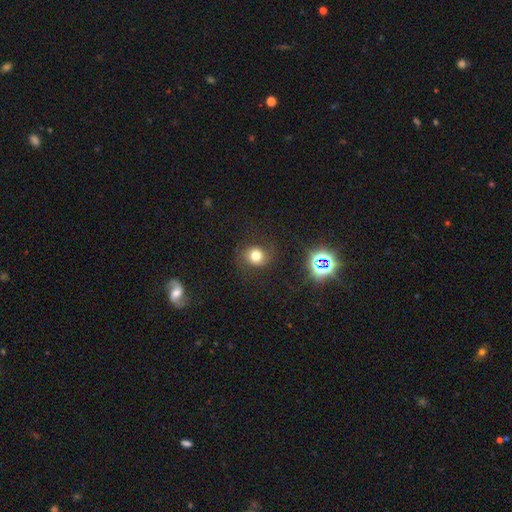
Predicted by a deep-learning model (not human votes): Smooth or featured? Predicted: smooth (p=0.69). How rounded? Predicted: round (p=0.79). Merging? Predicted: none (p=0.76).